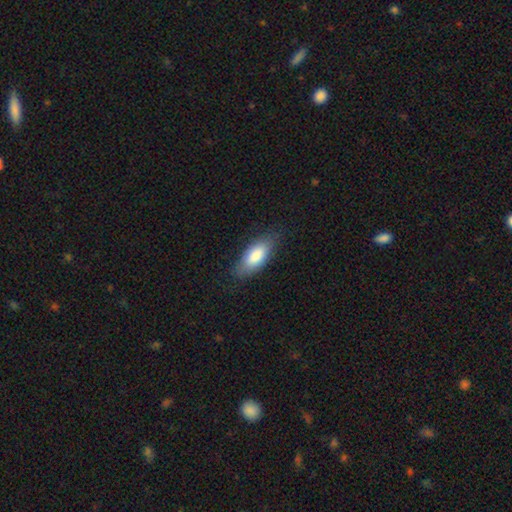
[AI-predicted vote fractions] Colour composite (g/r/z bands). It shows a smooth galaxy with no disk features (83%) that is in between round and cigar-shaped (82%). Merging: none (79%).